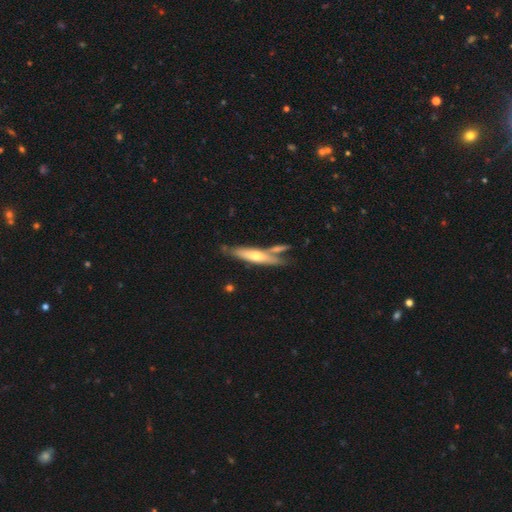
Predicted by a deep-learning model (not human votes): smooth_or_featured: featured or disk (p=0.50) [alt: smooth p=0.44]
disk_edge_on: yes (p=0.83) [alt: no p=0.17]
merging: none (p=0.58) [alt: merger p=0.21]